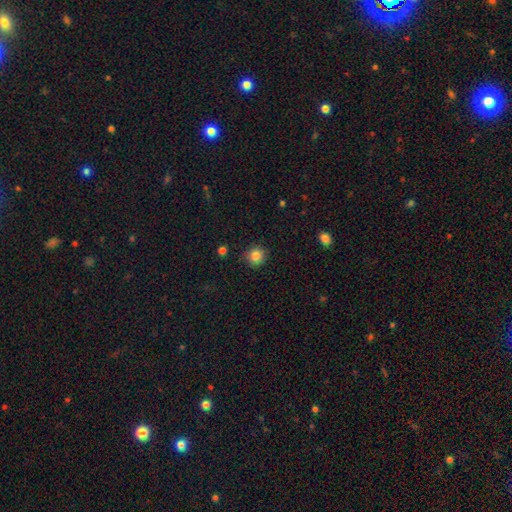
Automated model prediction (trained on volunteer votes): Smooth or featured? smooth (85%)
How rounded? round (92%)
Merging? none (87%)